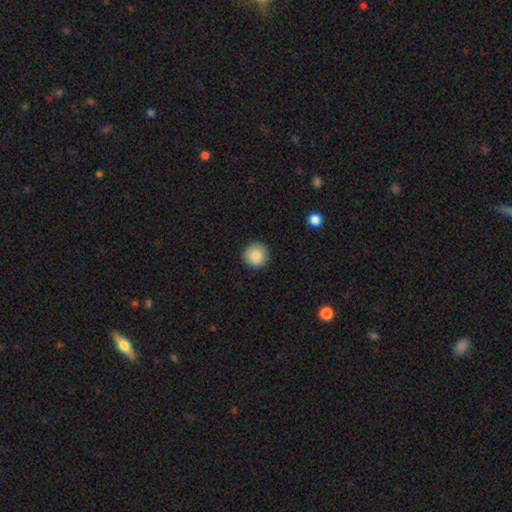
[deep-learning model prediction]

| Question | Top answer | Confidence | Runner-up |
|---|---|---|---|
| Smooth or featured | smooth | 89% | star or artifact (8%) |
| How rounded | round | 95% | in between (4%) |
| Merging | none | 91% | minor disturbance (6%) |